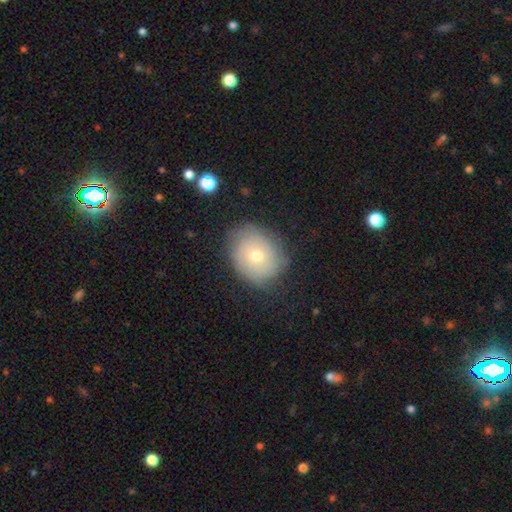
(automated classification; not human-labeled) The model was most divided on "how rounded": round: 62%, in between: 37%, cigar-shaped: 1%. More confident: merging — none (75%); smooth or featured — smooth (59%).